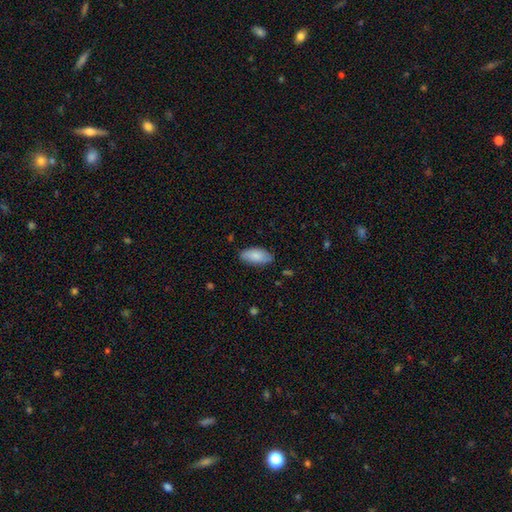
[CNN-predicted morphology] This appears to be a smooth galaxy with no disk features (86%) that is in between round and cigar-shaped (91%). Merging: none (82%).